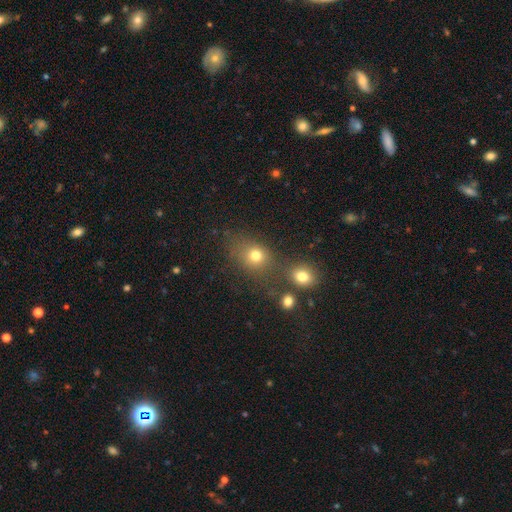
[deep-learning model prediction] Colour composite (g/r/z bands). It shows a smooth galaxy with no disk features (73%) that is round (63%). Merging: none (62%).